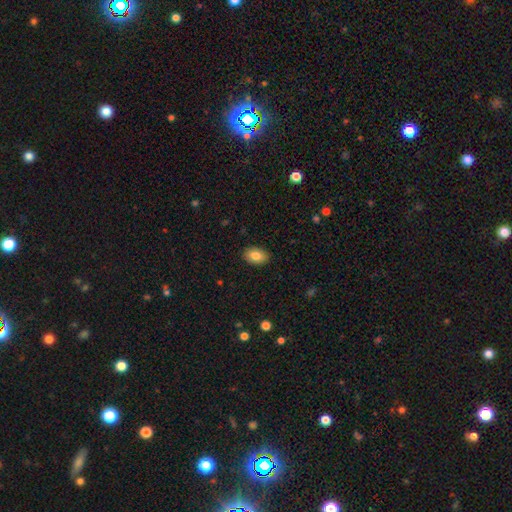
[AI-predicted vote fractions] The model was most divided on "smooth or featured": smooth: 84%, featured or disk: 9%, star or artifact: 8%. More confident: merging — none (89%); how rounded — in between (87%).